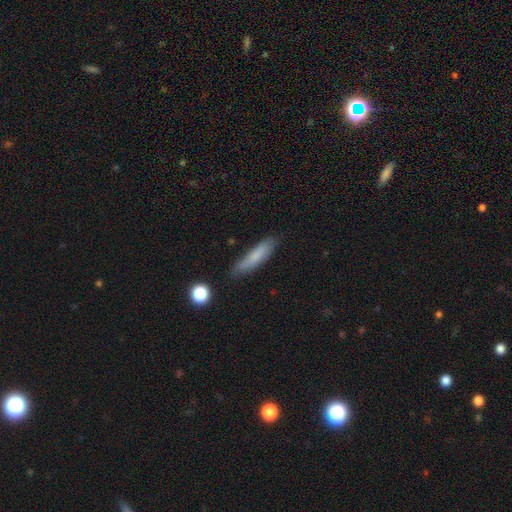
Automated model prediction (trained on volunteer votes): Morphology: type=smooth (74%); roundness=cigar-shaped (78%); merging=none (78%).